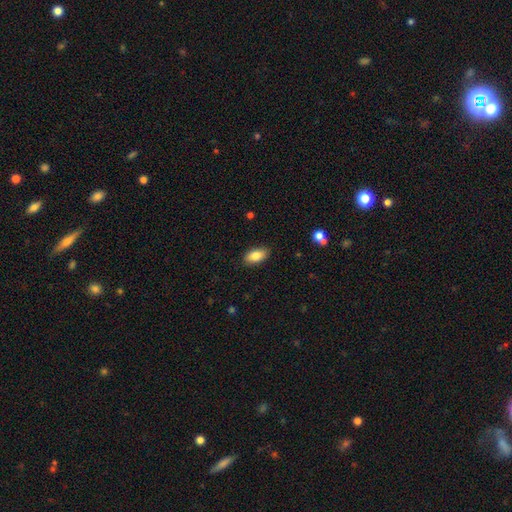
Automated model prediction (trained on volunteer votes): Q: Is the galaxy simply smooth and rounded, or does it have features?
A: smooth — 82%.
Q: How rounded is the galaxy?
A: in between — 91%.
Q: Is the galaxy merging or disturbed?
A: none — 88%.